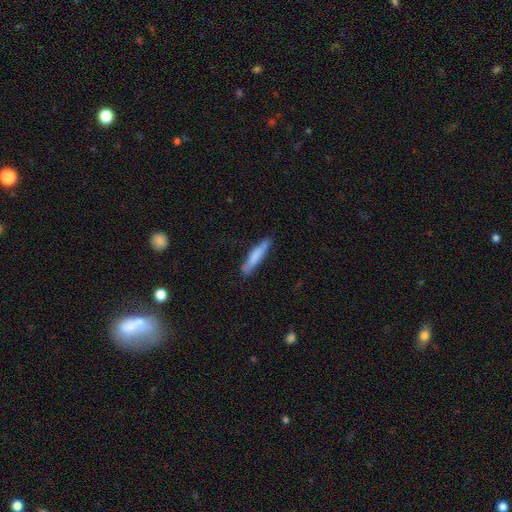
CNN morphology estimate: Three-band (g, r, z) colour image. It shows a smooth galaxy with no disk features (72%) that is cigar-shaped (90%). Merging: none (80%).